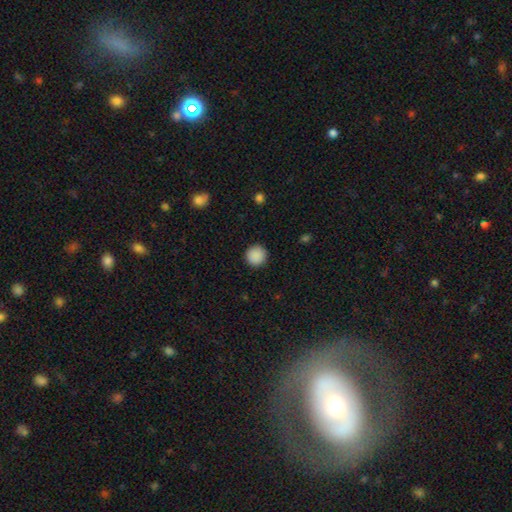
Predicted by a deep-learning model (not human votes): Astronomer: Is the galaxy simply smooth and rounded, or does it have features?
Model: smooth — 90%.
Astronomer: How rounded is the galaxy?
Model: round — 96%.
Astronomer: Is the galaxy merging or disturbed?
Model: none — 92%.